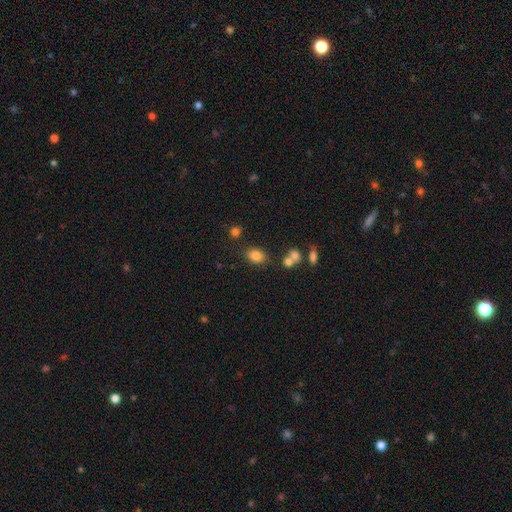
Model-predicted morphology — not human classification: Smooth or featured?
  - smooth: 82% *
  - star or artifact: 11%
  - featured or disk: 7%
How rounded?
  - in between: 75% *
  - round: 23%
  - cigar-shaped: 1%
Merging?
  - none: 75% *
  - minor disturbance: 13%
  - merger: 8%
  - major disturbance: 4%